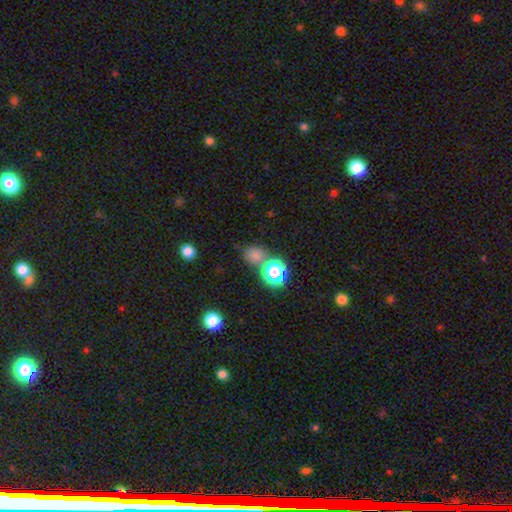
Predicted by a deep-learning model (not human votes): Smooth or featured: smooth — 68% (star or artifact — 26%)
How rounded: round — 71% (in between — 28%)
Merging: none — 63% (merger — 22%)